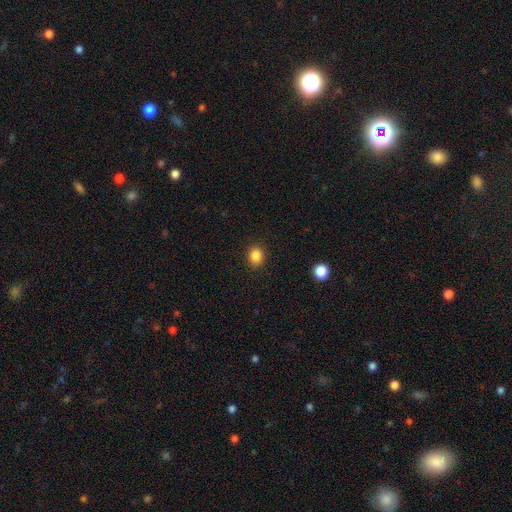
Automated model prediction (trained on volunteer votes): Smooth or featured?
  - smooth: 85% *
  - star or artifact: 11%
  - featured or disk: 4%
How rounded?
  - round: 67% *
  - in between: 33%
  - cigar-shaped: 1%
Merging?
  - none: 90% *
  - minor disturbance: 7%
  - major disturbance: 2%
  - merger: 1%